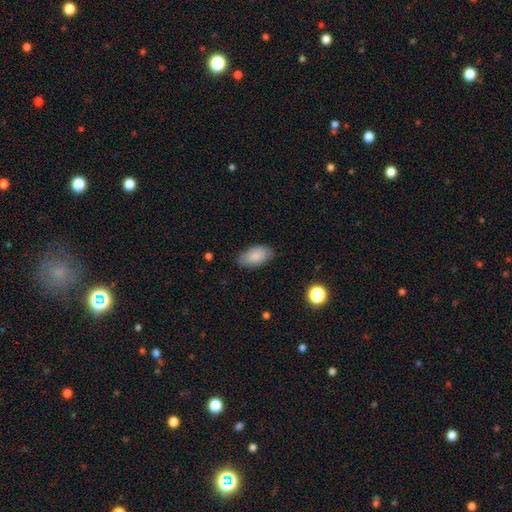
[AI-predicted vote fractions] smooth_or_featured: smooth (p=0.87) [alt: featured or disk p=0.07]
how_rounded: in between (p=0.94) [alt: round p=0.03]
merging: none (p=0.81) [alt: minor disturbance p=0.15]